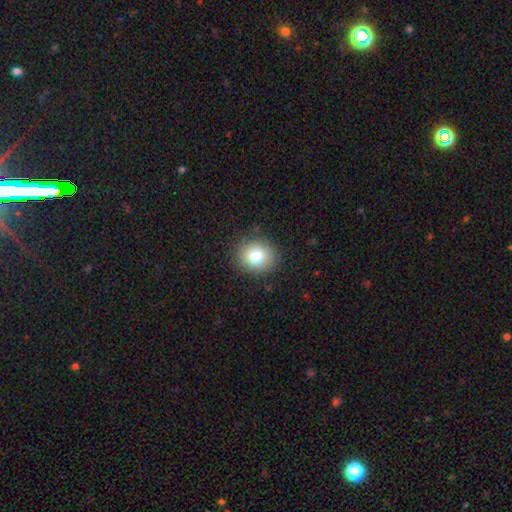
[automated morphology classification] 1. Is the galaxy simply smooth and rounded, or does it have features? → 78% smooth, 11% star or artifact, 10% featured or disk.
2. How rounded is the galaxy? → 76% round, 24% in between, 1% cigar-shaped.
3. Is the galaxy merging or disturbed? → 88% none, 8% minor disturbance, 3% major disturbance, 1% merger.